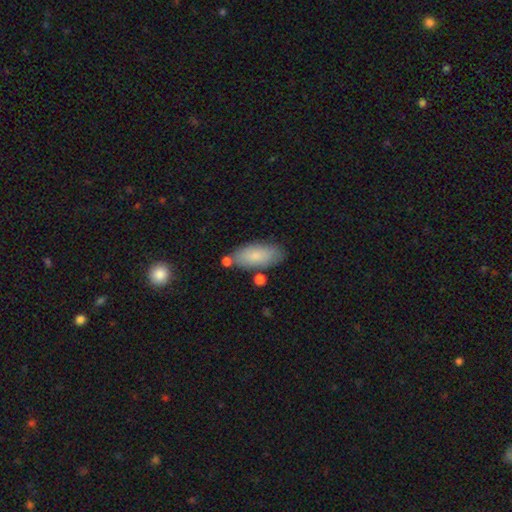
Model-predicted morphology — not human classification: A smooth galaxy with no disk features (81%) that is in between round and cigar-shaped (85%).

Vote fractions:
- Smooth or featured? smooth: 81% / featured or disk: 12% / star or artifact: 6%
- How rounded? in between: 85% / cigar-shaped: 13% / round: 2%
- Merging? none: 74% / minor disturbance: 16% / merger: 7% / major disturbance: 3%